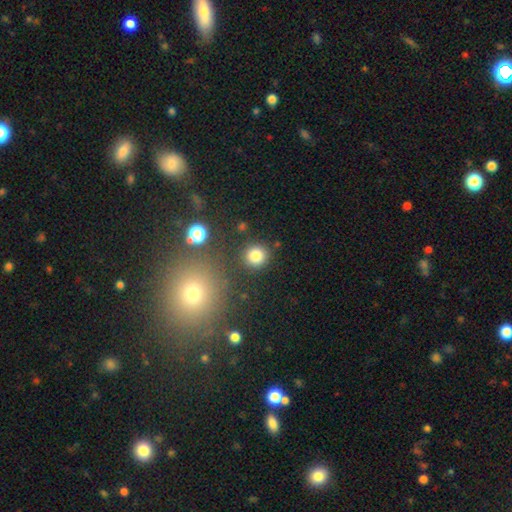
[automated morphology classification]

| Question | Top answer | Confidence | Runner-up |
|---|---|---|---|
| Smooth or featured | smooth | 82% | star or artifact (13%) |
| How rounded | round | 92% | in between (7%) |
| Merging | none | 86% | minor disturbance (7%) |